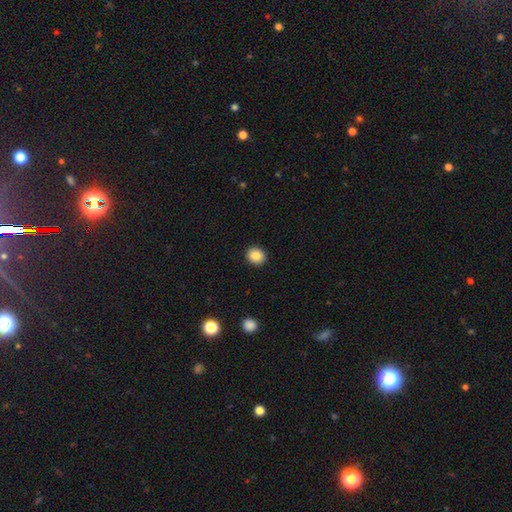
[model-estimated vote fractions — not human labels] smooth 87%, star or artifact 9%, featured or disk 4%. Down the decision tree: how rounded — round (70%); merging — none (91%).